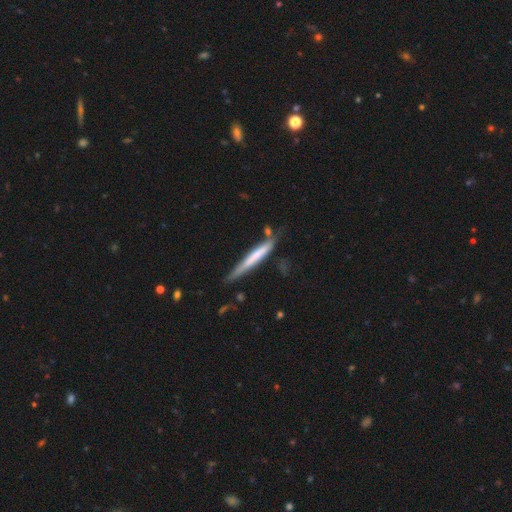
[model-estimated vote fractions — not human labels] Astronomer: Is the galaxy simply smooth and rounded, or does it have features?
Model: smooth — 54% (runner-up: featured or disk, 41%).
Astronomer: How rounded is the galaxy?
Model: cigar-shaped — 96%.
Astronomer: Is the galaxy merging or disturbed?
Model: none — 62%.